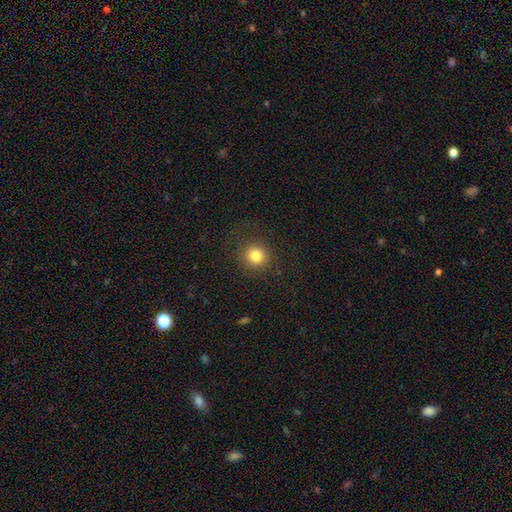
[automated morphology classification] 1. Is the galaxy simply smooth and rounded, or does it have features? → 82% smooth, 12% star or artifact, 6% featured or disk.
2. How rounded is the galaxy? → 88% round, 12% in between, 1% cigar-shaped.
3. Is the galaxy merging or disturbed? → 87% none, 8% minor disturbance, 4% major disturbance, 1% merger.